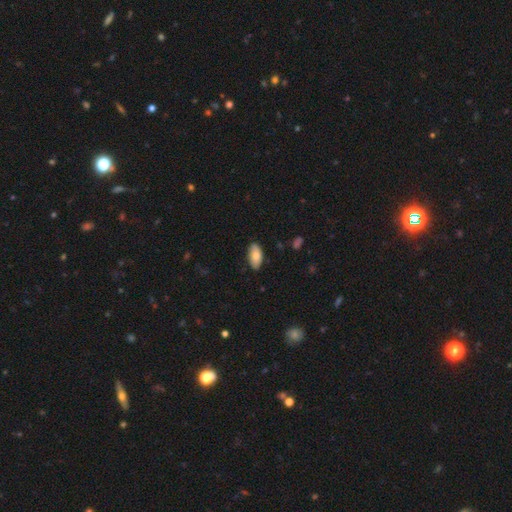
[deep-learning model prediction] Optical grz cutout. It shows a smooth galaxy with no disk features (80%) that is in between round and cigar-shaped (93%). Merging: none (84%).